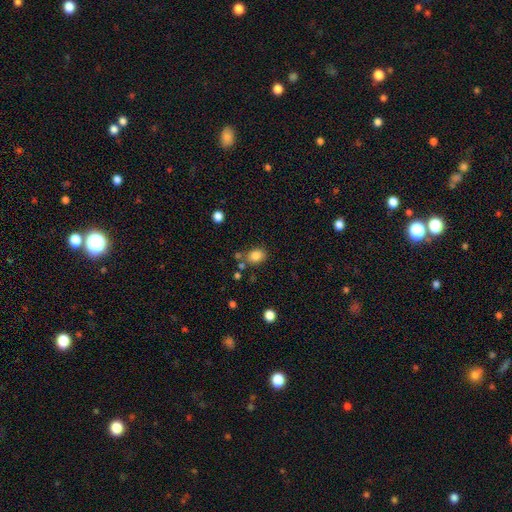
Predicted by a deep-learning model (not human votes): A smooth galaxy with no disk features (83%) that is in between round and cigar-shaped (59%). Merging: none (70%).